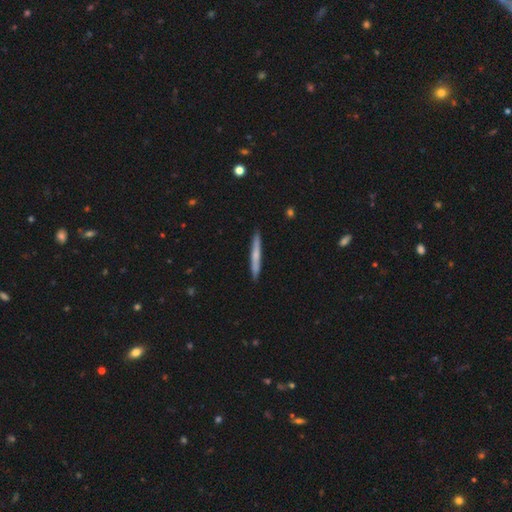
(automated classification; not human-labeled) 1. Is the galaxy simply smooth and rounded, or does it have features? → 58% smooth, 37% featured or disk, 5% star or artifact.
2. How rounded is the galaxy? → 96% cigar-shaped, 3% in between, 1% round.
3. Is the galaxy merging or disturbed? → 91% none, 7% minor disturbance, 1% major disturbance, 1% merger.